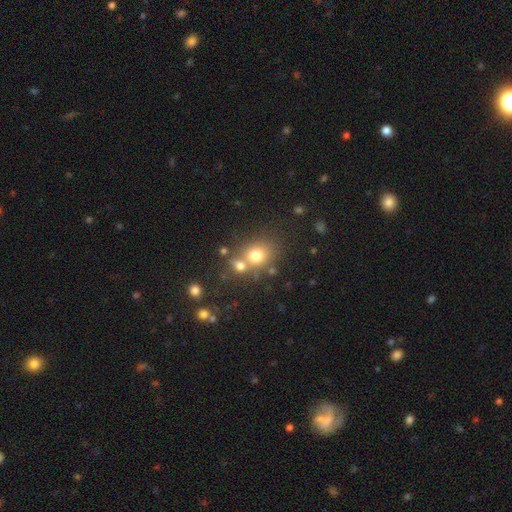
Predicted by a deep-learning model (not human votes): Smooth or featured?
  - smooth: 74% *
  - star or artifact: 14%
  - featured or disk: 12%
How rounded?
  - round: 70% *
  - in between: 29%
  - cigar-shaped: 1%
Merging?
  - none: 52% *
  - merger: 34%
  - minor disturbance: 10%
  - major disturbance: 4%